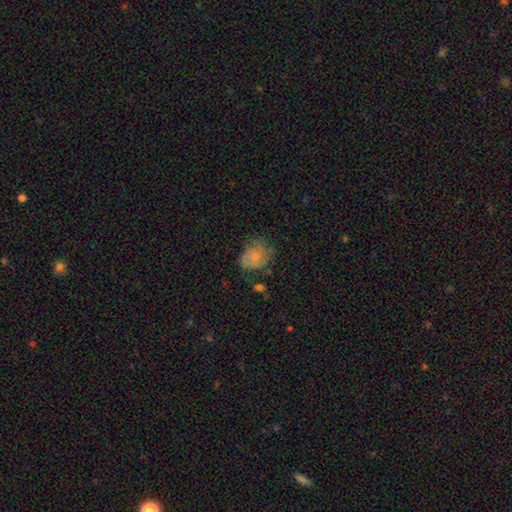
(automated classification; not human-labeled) This is possibly a smooth galaxy (45%). Merging: likely none (63%).